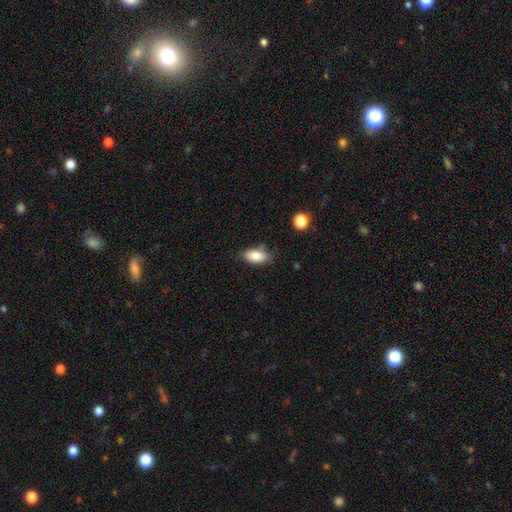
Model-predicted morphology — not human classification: A smooth galaxy with no disk features (84%) that is in between round and cigar-shaped (90%).

Vote fractions:
- Smooth or featured? smooth: 84% / featured or disk: 8% / star or artifact: 8%
- How rounded? in between: 90% / cigar-shaped: 5% / round: 5%
- Merging? none: 72% / minor disturbance: 20% / merger: 4% / major disturbance: 4%